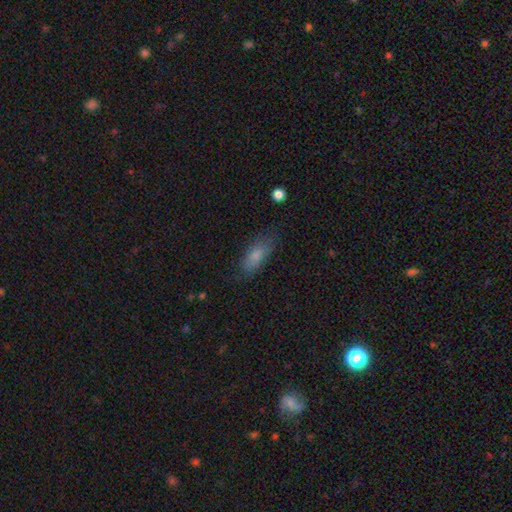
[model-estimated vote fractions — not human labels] smooth-or-featured: smooth: 80% | featured or disk: 12% | star or artifact: 8%
  how-rounded: in between: 73% | cigar-shaped: 25% | round: 3%
  merging: none: 76% | minor disturbance: 18% | major disturbance: 5% | merger: 1%